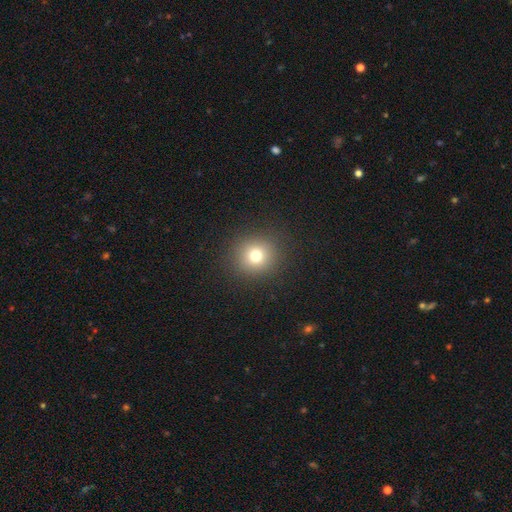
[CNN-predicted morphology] Overall: smooth (75%). How rounded: round (89%). Merging: none (90%).